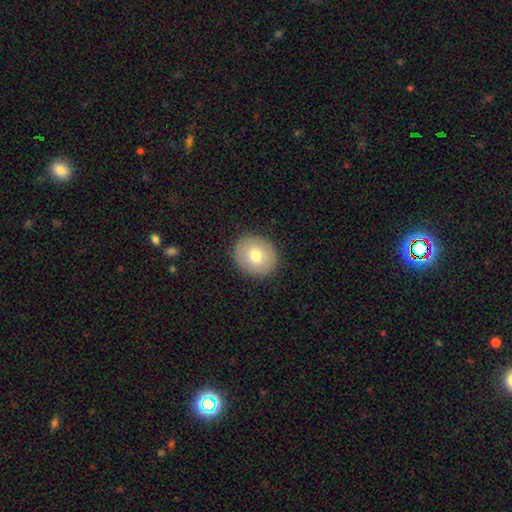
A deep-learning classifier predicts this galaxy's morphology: Smooth or featured?
  - smooth: 73% *
  - featured or disk: 19%
  - star or artifact: 8%
How rounded?
  - round: 70% *
  - in between: 30%
  - cigar-shaped: 1%
Merging?
  - none: 89% *
  - minor disturbance: 7%
  - major disturbance: 2%
  - merger: 1%